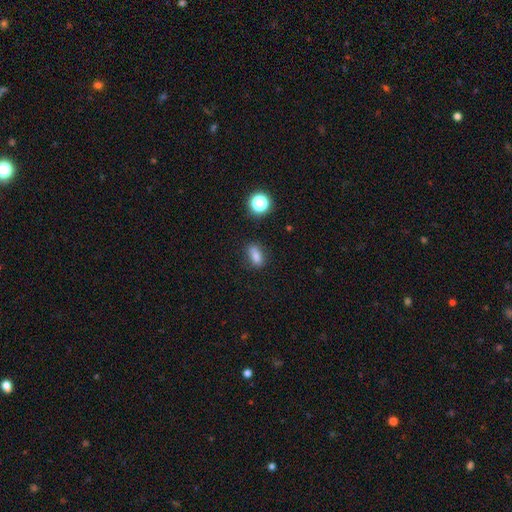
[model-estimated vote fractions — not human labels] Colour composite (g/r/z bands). It shows a smooth galaxy with no disk features (78%) that is in between round and cigar-shaped (72%). Merging: none (75%).